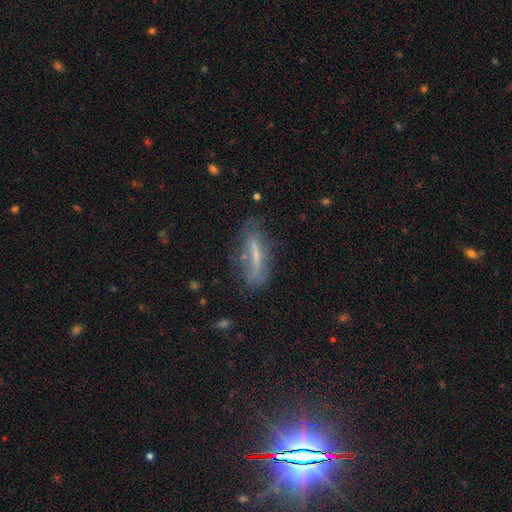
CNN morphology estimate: A featured or disk galaxy (45%). Merging: none (54%).